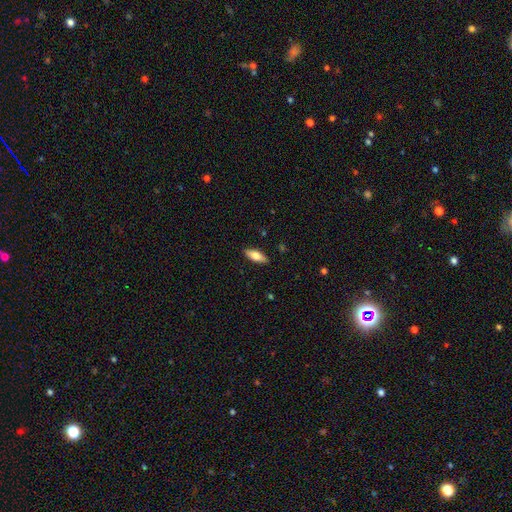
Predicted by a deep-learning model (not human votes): smooth 68%, featured or disk 26%, star or artifact 6%. Down the decision tree: how rounded — in between (70%); merging — none (89%).